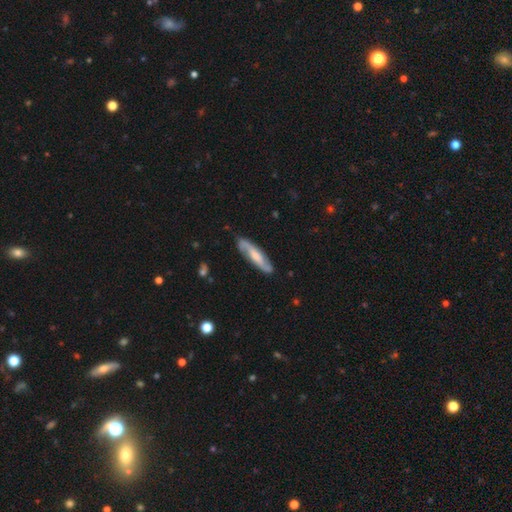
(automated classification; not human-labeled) featured or disk 67%, smooth 28%, star or artifact 5%. Down the decision tree: edge-on disk — no (74%); merging — none (83%).